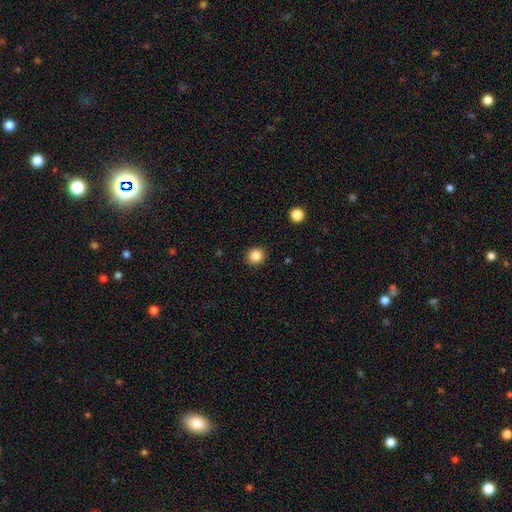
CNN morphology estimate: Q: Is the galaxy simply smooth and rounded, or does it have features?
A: smooth — 85%.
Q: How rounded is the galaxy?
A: round — 91%.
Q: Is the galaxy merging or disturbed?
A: none — 91%.